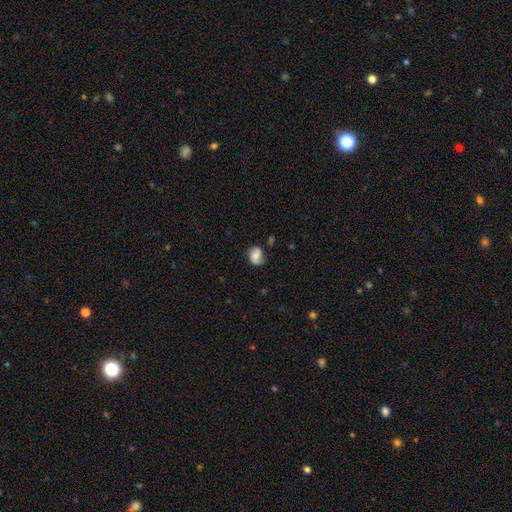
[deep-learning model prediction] smooth_or_featured: smooth (p=0.54) [alt: featured or disk p=0.37]
how_rounded: in between (p=0.58) [alt: round p=0.41]
merging: none (p=0.58) [alt: minor disturbance p=0.28]